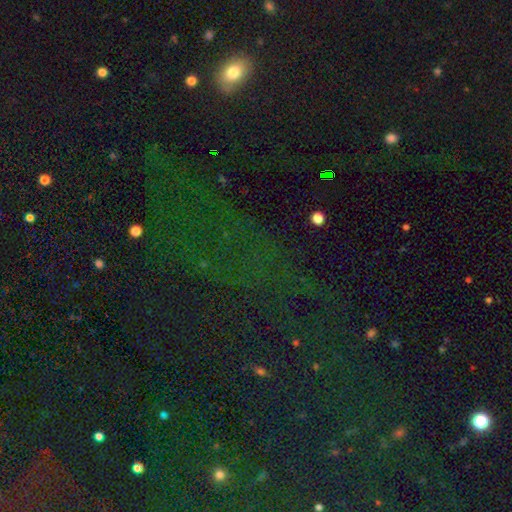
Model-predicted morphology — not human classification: Smooth or featured: star or artifact — 65% (smooth — 23%)